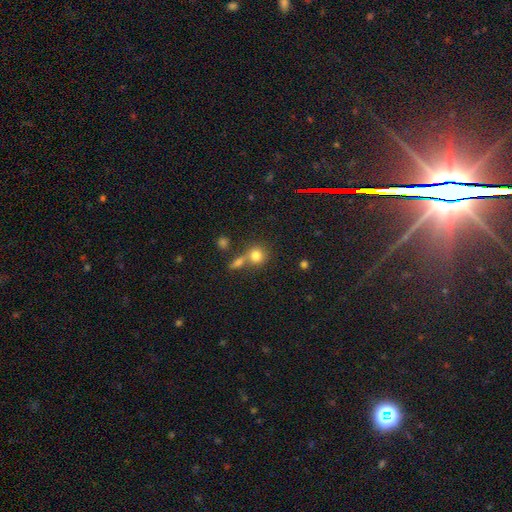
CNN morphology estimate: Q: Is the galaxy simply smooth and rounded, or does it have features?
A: smooth — 80%.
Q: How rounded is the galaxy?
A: round — 84%.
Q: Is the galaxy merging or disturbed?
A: none — 50%.